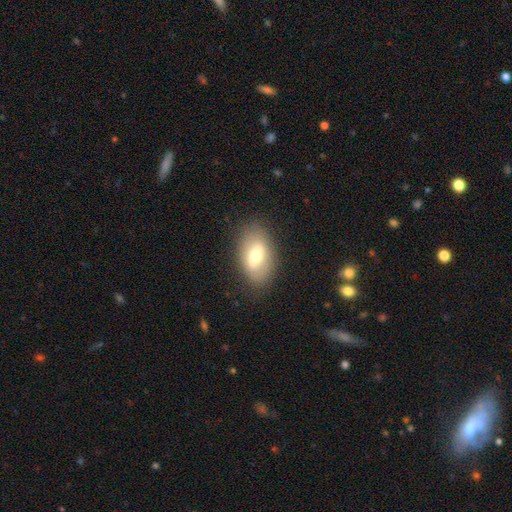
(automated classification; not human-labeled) Smooth or featured?
  - smooth: 58% *
  - featured or disk: 35%
  - star or artifact: 8%
How rounded?
  - in between: 91% *
  - round: 6%
  - cigar-shaped: 3%
Merging?
  - none: 83% *
  - minor disturbance: 12%
  - major disturbance: 4%
  - merger: 1%